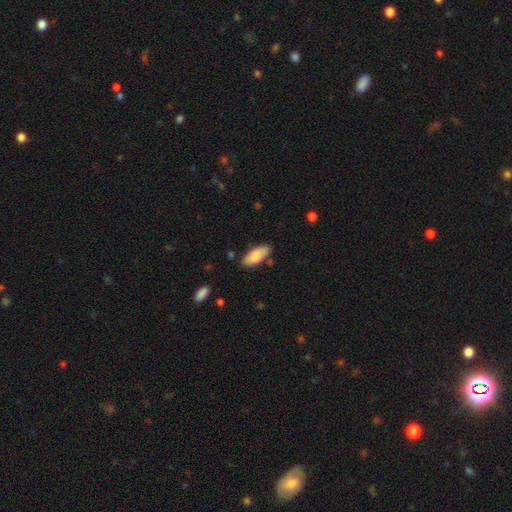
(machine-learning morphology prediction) Smooth or featured? smooth (75%)
How rounded? in between (87%)
Merging? none (80%)